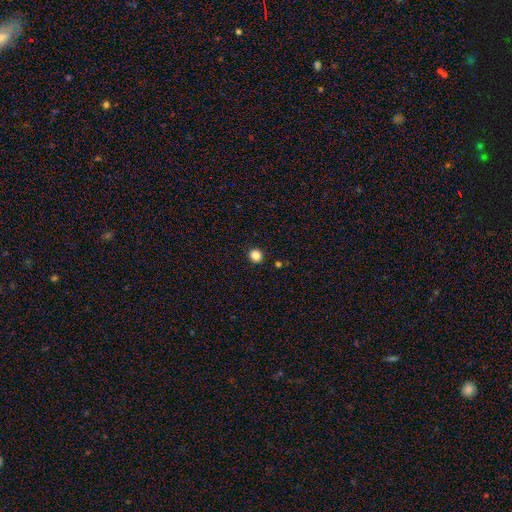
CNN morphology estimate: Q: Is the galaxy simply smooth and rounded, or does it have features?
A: smooth — 85%.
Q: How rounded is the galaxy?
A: round — 87%.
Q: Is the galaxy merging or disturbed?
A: none — 92%.